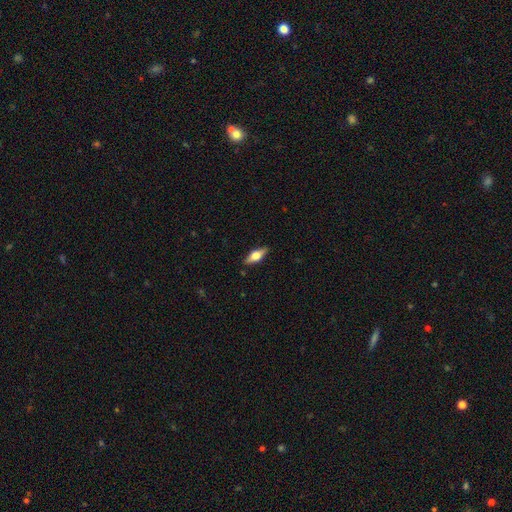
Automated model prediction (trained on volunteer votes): Morphology: type=smooth (47%); merging=none (87%).